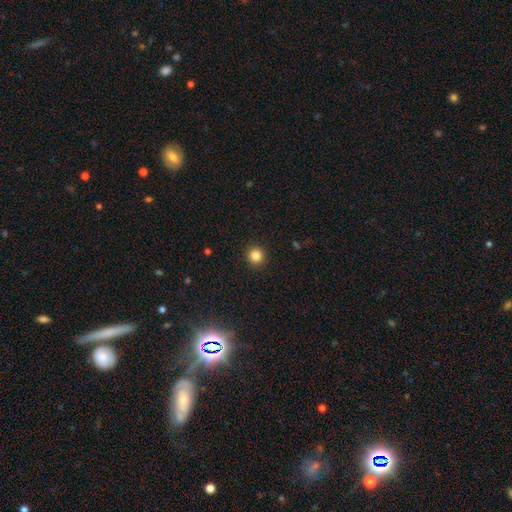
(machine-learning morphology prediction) A smooth galaxy with no disk features (83%) that is round (95%). Merging: none (93%).